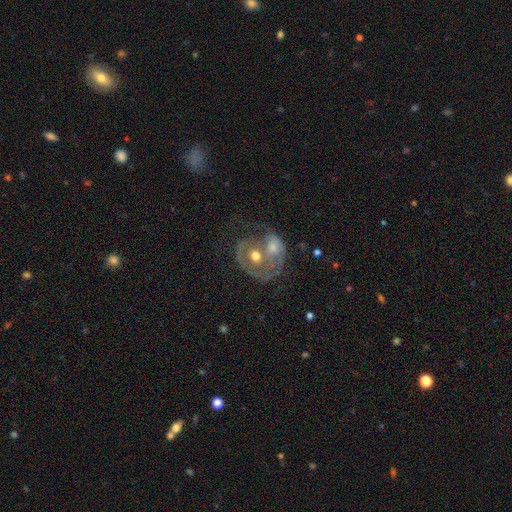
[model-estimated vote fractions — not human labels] Overall: featured or disk (72%). Edge-on disk: no (97%). Bar: no (70%). Spiral arms: yes (64%; no 36%). Bulge size: moderate (67%). Merging: merger (46%; none 31%).